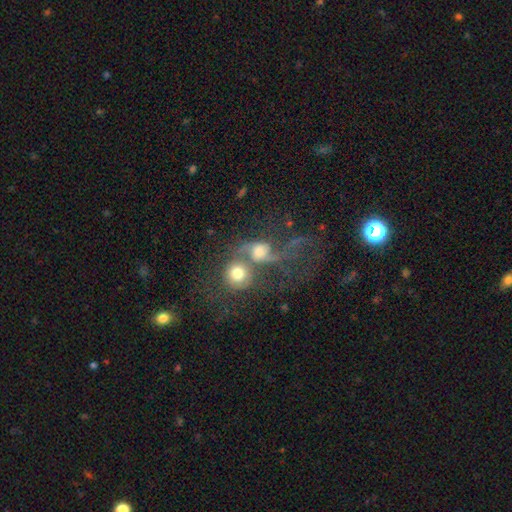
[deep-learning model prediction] smooth-or-featured: smooth: 44% | featured or disk: 35% | star or artifact: 21%
  merging: merger: 63% | none: 18% | major disturbance: 12% | minor disturbance: 7%